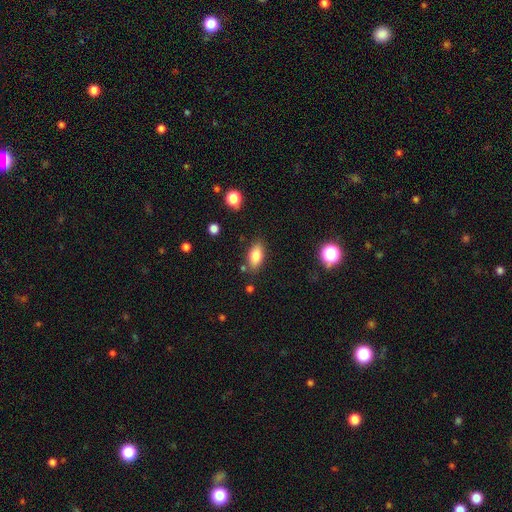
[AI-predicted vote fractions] The model was most divided on "smooth or featured": smooth: 80%, featured or disk: 12%, star or artifact: 8%. More confident: how rounded — in between (88%); merging — none (82%).